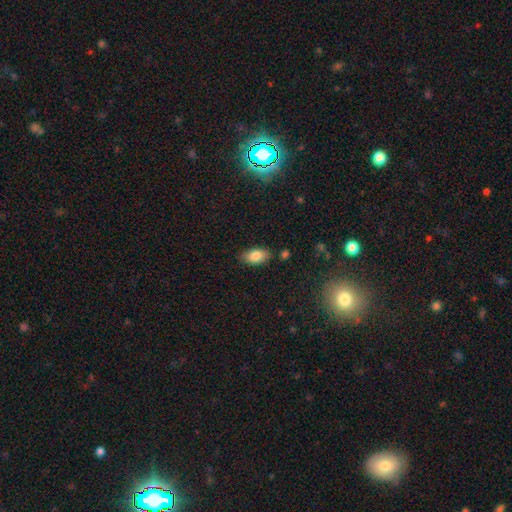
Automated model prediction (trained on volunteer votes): This is clearly a smooth galaxy (83%). How rounded: clearly in between (92%). Merging: clearly none (82%).